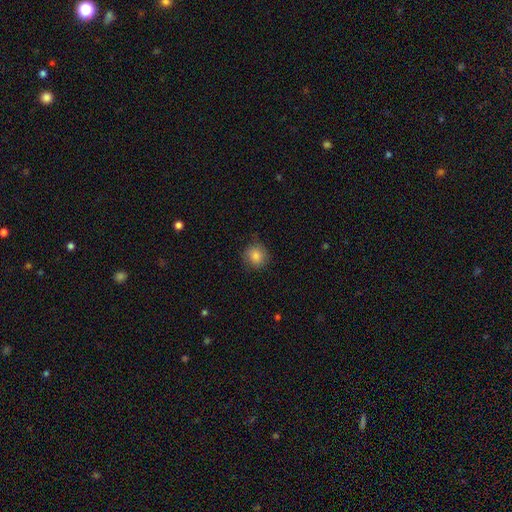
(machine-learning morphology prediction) type=smooth (81%); roundness=round (84%); merging=none (77%).